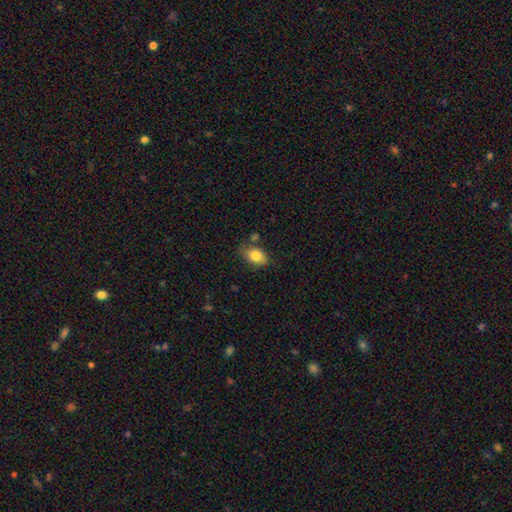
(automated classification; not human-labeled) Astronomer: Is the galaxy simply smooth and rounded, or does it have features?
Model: smooth — 82%.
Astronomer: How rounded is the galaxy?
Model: in between — 84%.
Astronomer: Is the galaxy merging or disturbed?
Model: none — 71%.